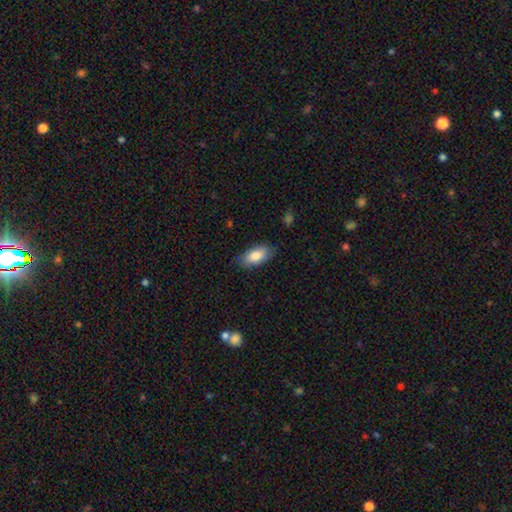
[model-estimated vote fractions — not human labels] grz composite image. It shows a smooth galaxy with no disk features (85%) that is in between round and cigar-shaped (91%). Merging: none (83%).